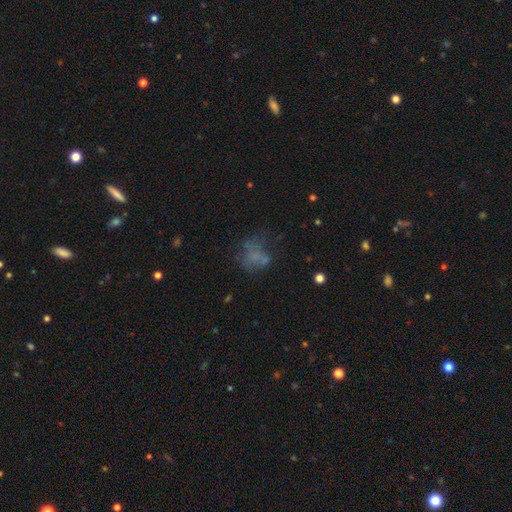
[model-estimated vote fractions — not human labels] This appears to be a smooth galaxy with no disk features (50%) that is in between round and cigar-shaped (54%). Merging: none (39%).